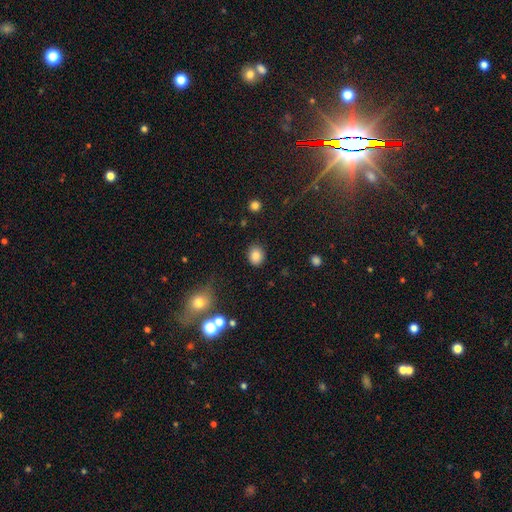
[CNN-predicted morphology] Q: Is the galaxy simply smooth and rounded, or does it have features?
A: smooth — 84%.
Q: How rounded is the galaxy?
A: round — 66%.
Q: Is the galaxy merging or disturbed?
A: none — 85%.